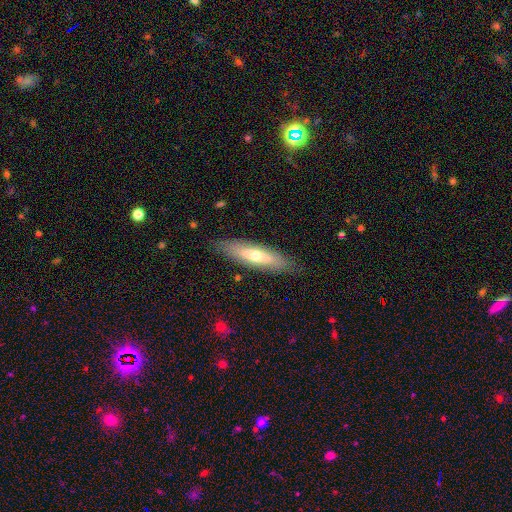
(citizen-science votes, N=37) Morphology: type=smooth (57%); roundness=cigar-shaped (57%); merging=none (84%).